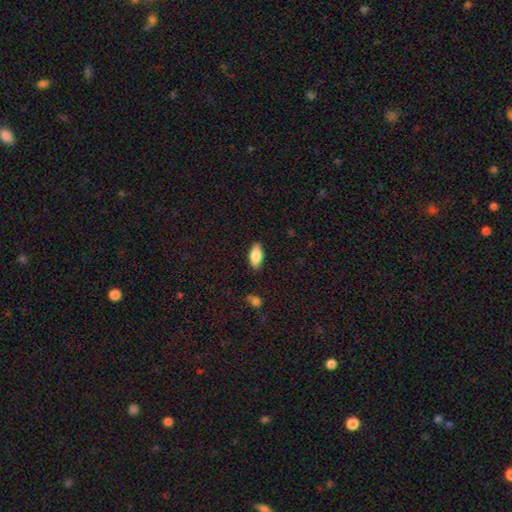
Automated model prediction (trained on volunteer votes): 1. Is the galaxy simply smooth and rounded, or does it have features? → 82% smooth, 12% featured or disk, 7% star or artifact.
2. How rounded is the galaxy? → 86% in between, 12% cigar-shaped, 2% round.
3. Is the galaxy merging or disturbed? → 86% none, 11% minor disturbance, 2% major disturbance, 1% merger.